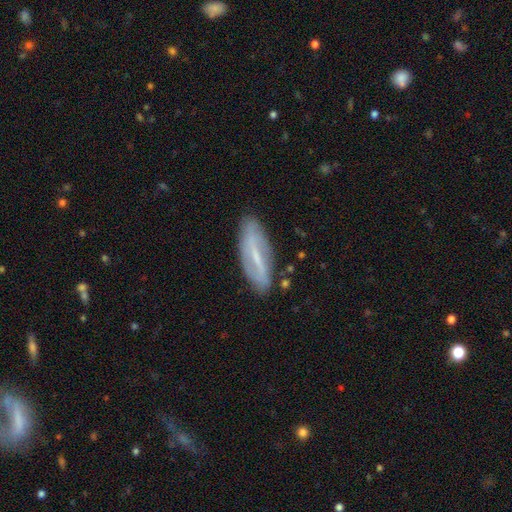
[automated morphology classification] Q: Smooth or featured?
A: featured or disk (65%); runner-up: smooth (28%)
Q: Edge-on disk?
A: no (77%); runner-up: yes (23%)
Q: Bar?
A: strong (56%); runner-up: weak (32%)
Q: Spiral arms?
A: yes (66%); runner-up: no (34%)
Q: Bulge size?
A: small (56%); runner-up: moderate (22%)
Q: Merging?
A: none (79%); runner-up: minor disturbance (15%)